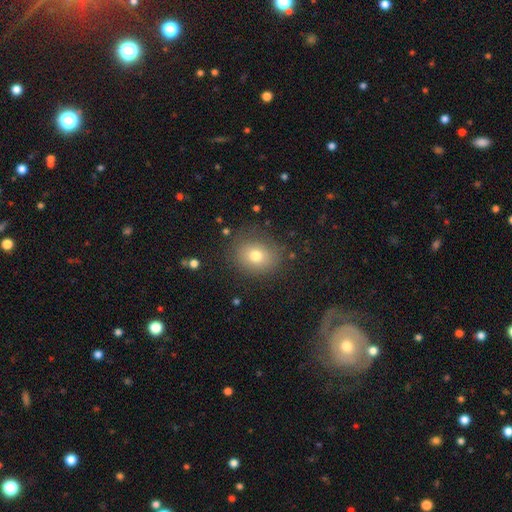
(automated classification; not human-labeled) smooth_or_featured: smooth (p=0.75) [alt: star or artifact p=0.13]
how_rounded: round (p=0.64) [alt: in between p=0.35]
merging: none (p=0.82) [alt: minor disturbance p=0.12]